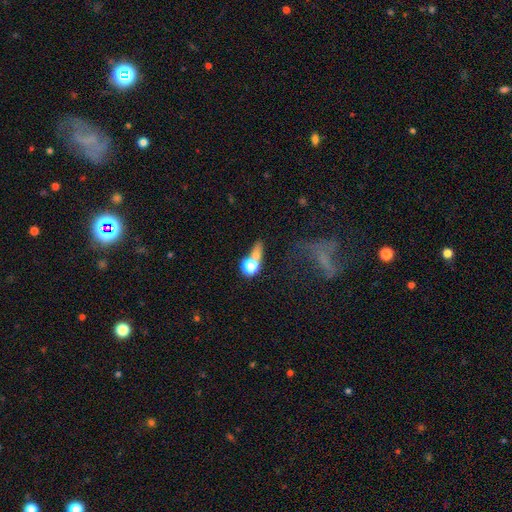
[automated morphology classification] smooth 65%, star or artifact 18%, featured or disk 17%. Down the decision tree: how rounded — round (52%); merging — merger (40%).